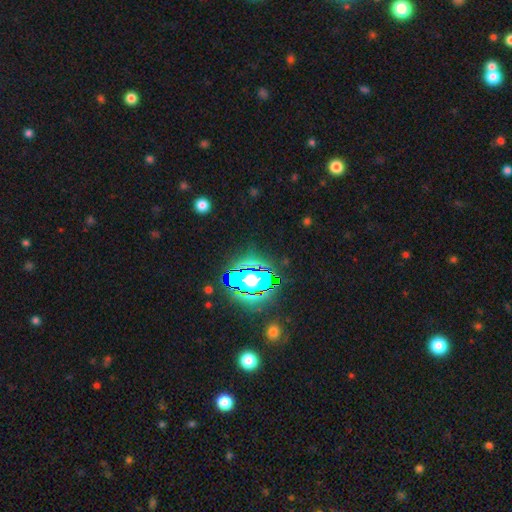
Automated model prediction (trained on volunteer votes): A star or artifact, not a galaxy (84%).

Vote fractions:
- Smooth or featured? star or artifact: 84% / smooth: 9% / featured or disk: 7%